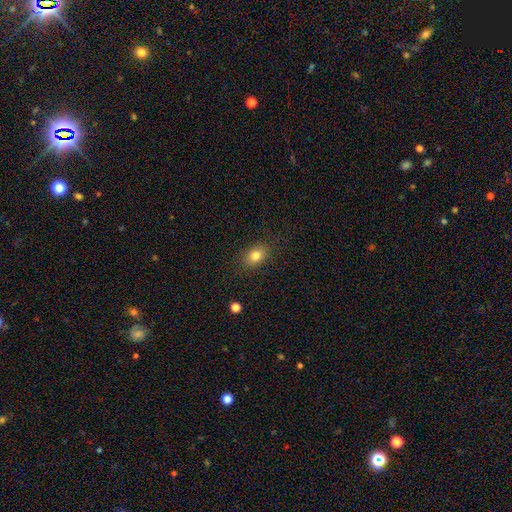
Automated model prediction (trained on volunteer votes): Smooth or featured: smooth — 81% (star or artifact — 10%)
How rounded: in between — 71% (round — 28%)
Merging: none — 86% (minor disturbance — 10%)